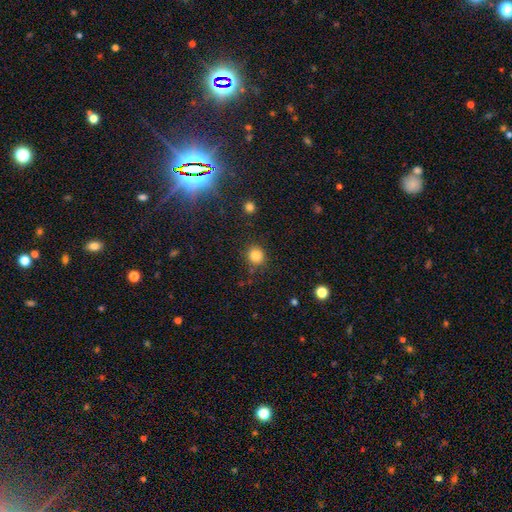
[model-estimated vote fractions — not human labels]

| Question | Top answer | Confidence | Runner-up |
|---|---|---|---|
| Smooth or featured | smooth | 83% | star or artifact (12%) |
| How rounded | round | 87% | in between (12%) |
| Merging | none | 83% | minor disturbance (10%) |